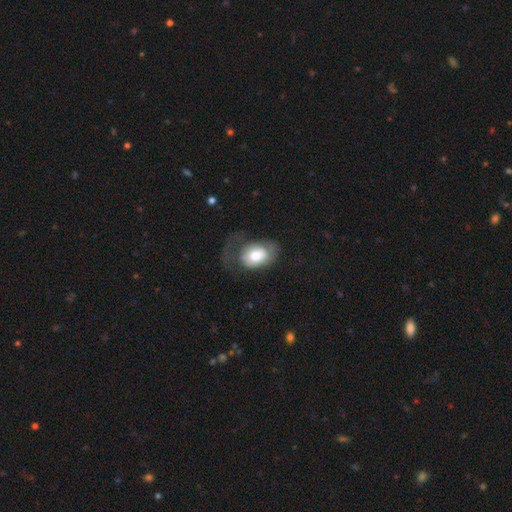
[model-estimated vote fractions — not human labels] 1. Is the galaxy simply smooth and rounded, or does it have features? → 61% smooth, 33% featured or disk, 7% star or artifact.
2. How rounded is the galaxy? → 77% in between, 22% round, 1% cigar-shaped.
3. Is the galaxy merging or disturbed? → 43% major disturbance, 31% none, 24% minor disturbance, 2% merger.